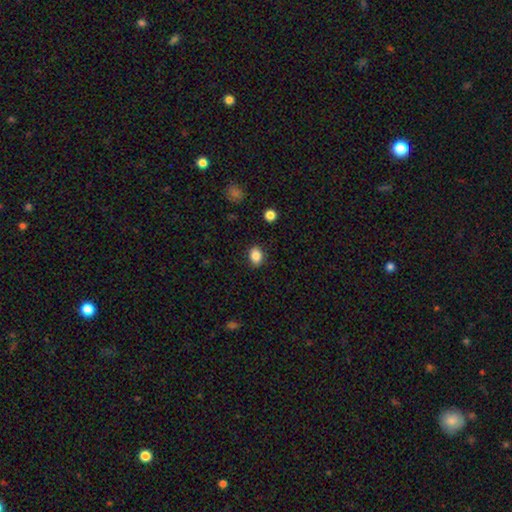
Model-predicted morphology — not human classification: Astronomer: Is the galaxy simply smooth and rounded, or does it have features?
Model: smooth — 85%.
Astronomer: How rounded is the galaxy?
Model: in between — 62% (runner-up: round, 37%).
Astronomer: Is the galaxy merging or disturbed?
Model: none — 87%.